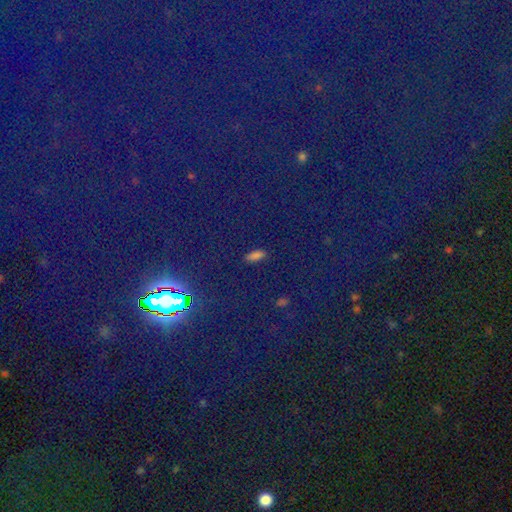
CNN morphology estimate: Smooth or featured: smooth — 53% (star or artifact — 39%)
How rounded: in between — 64% (cigar-shaped — 27%)
Merging: none — 88% (minor disturbance — 7%)